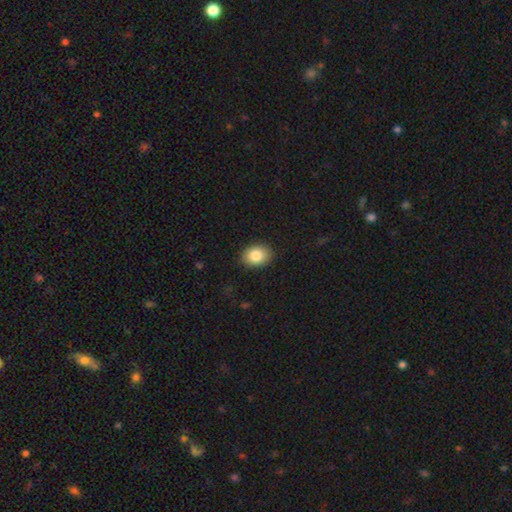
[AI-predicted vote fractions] smooth_or_featured: smooth (p=0.84) [alt: star or artifact p=0.08]
how_rounded: in between (p=0.70) [alt: round p=0.29]
merging: none (p=0.89) [alt: minor disturbance p=0.08]